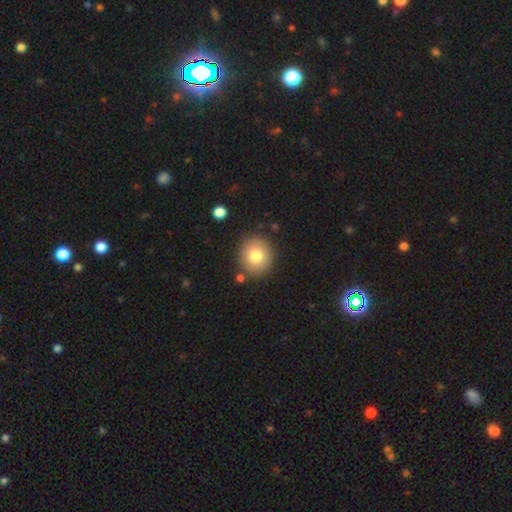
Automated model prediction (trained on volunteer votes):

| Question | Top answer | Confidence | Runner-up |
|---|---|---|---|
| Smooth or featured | smooth | 79% | featured or disk (11%) |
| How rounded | round | 85% | in between (14%) |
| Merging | none | 84% | minor disturbance (9%) |